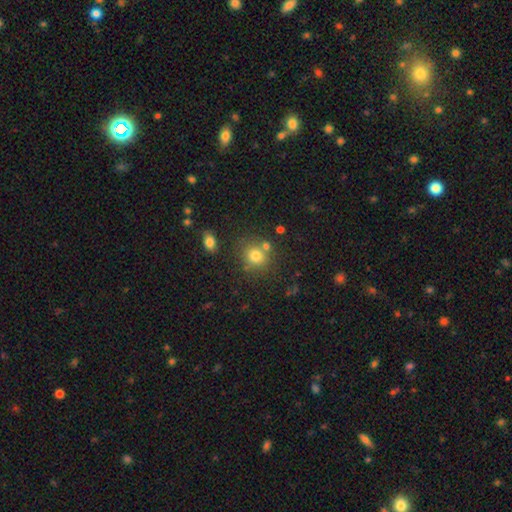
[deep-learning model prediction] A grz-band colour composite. It shows a smooth galaxy with no disk features (76%) that is round (79%). Merging: none (69%).